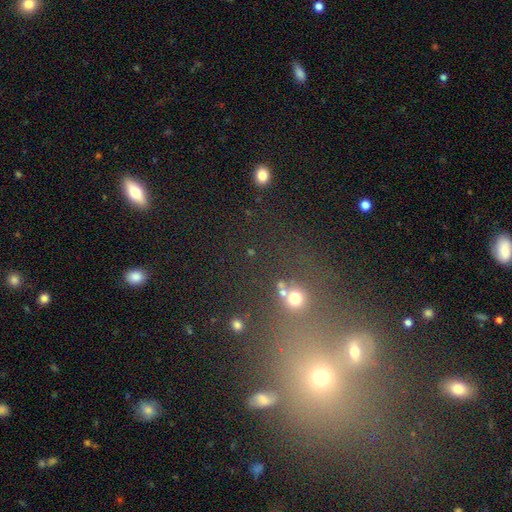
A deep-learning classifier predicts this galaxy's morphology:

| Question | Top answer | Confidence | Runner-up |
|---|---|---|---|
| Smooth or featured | star or artifact | 52% | smooth (36%) |